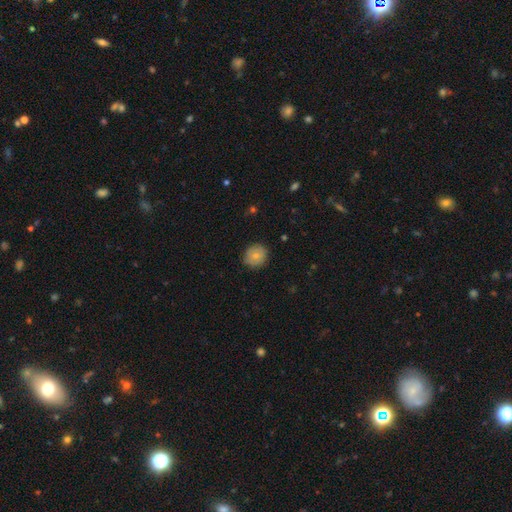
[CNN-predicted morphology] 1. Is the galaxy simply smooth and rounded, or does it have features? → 77% smooth, 15% featured or disk, 8% star or artifact.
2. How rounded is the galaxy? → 87% round, 12% in between, 1% cigar-shaped.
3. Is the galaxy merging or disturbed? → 84% none, 13% minor disturbance, 2% major disturbance, 1% merger.